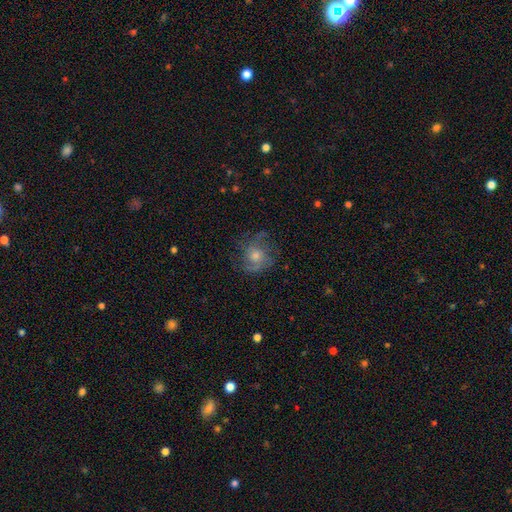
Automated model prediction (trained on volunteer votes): featured or disk 63%, smooth 23%, star or artifact 14%. Down the decision tree: edge-on disk — no (97%); bar — no (76%); spiral arms — yes (88%); spiral arm count — 2 (33%); spiral winding — medium (47%); bulge size — moderate (58%); merging — none (72%).